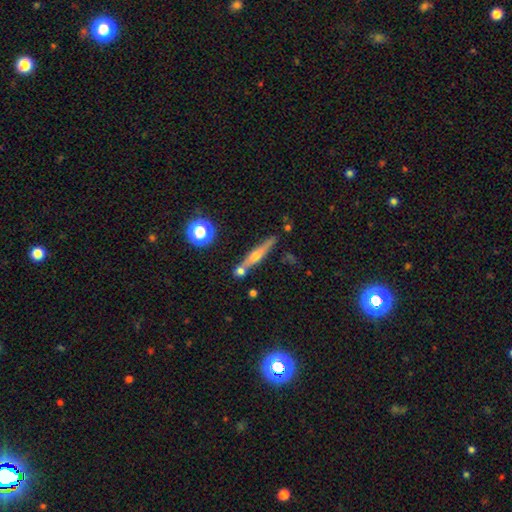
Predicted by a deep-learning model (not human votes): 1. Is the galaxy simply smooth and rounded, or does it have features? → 57% featured or disk, 33% smooth, 10% star or artifact.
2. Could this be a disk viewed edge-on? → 94% yes, 6% no.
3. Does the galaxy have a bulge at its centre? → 85% rounded, 8% none, 7% boxy.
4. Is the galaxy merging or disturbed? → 70% none, 15% merger, 12% minor disturbance, 3% major disturbance.